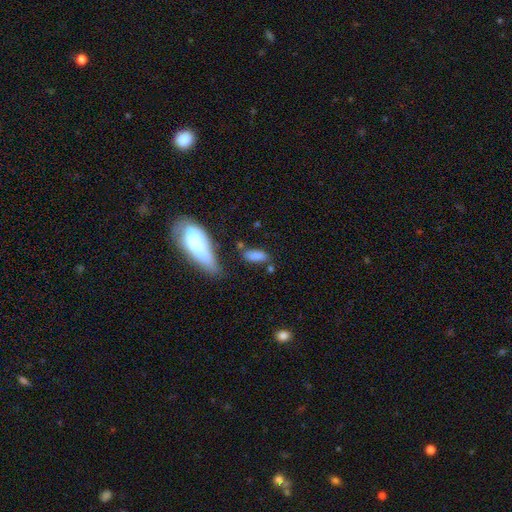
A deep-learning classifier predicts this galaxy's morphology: The model was most divided on "merging": none: 59%, minor disturbance: 22%, merger: 11%, major disturbance: 8%. More confident: smooth or featured — smooth (81%); how rounded — in between (69%).